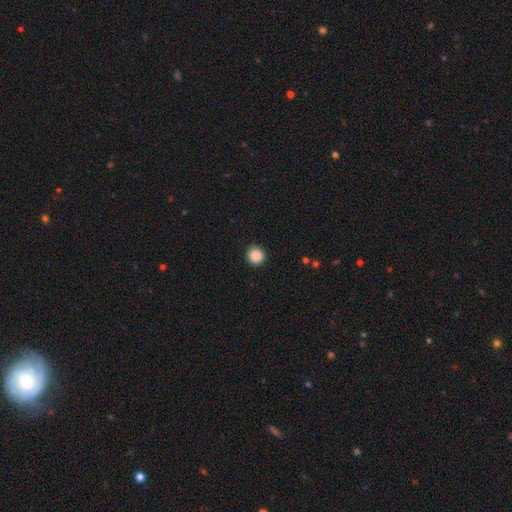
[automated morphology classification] smooth_or_featured: smooth (p=0.88) [alt: star or artifact p=0.09]
how_rounded: round (p=0.93) [alt: in between p=0.06]
merging: none (p=0.92) [alt: minor disturbance p=0.05]